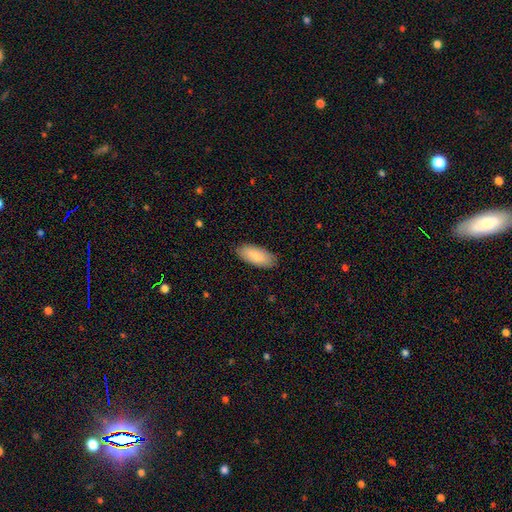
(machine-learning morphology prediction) A smooth galaxy with no disk features (86%) that is in between round and cigar-shaped (86%). Merging: none (87%).